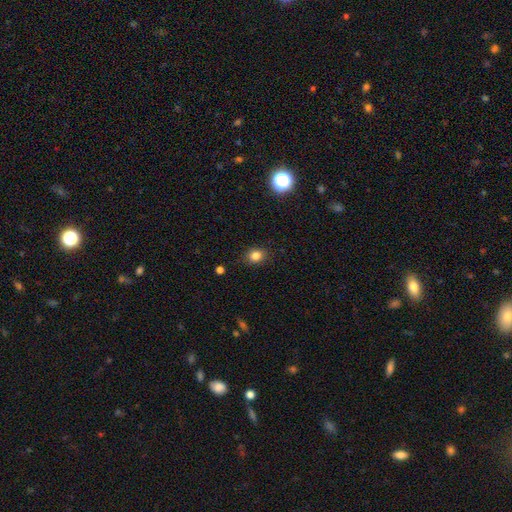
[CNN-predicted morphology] Smooth or featured: smooth — 81% (star or artifact — 13%)
How rounded: round — 60% (in between — 39%)
Merging: none — 86% (minor disturbance — 10%)